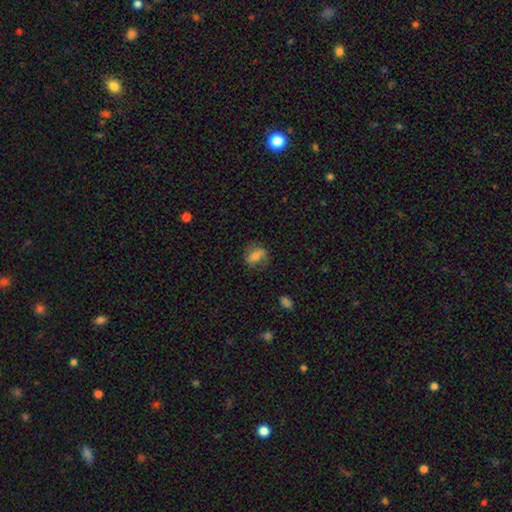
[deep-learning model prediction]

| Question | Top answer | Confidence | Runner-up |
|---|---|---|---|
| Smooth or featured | smooth | 67% | featured or disk (24%) |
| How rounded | in between | 60% | round (36%) |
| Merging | none | 70% | minor disturbance (20%) |